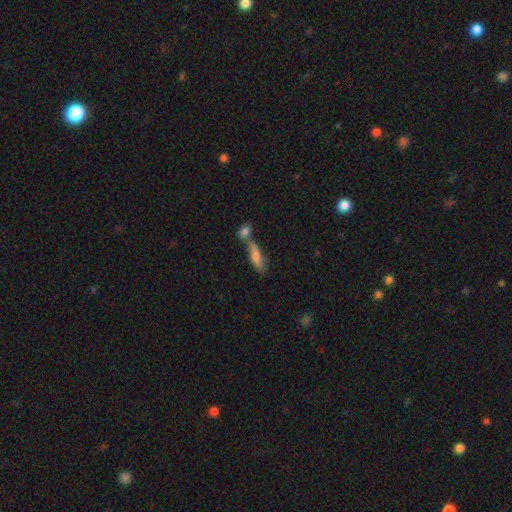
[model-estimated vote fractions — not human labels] Overall: smooth (62%; featured or disk 27%). How rounded: cigar-shaped (65%; in between 31%). Merging: none (44%; merger 38%).